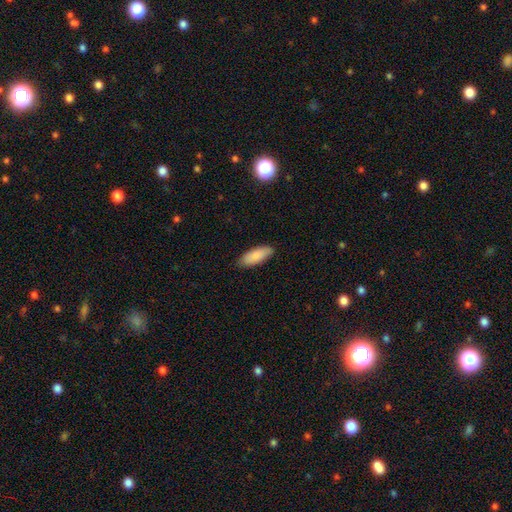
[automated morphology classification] Overall: smooth (86%). How rounded: in between (77%). Merging: none (84%).